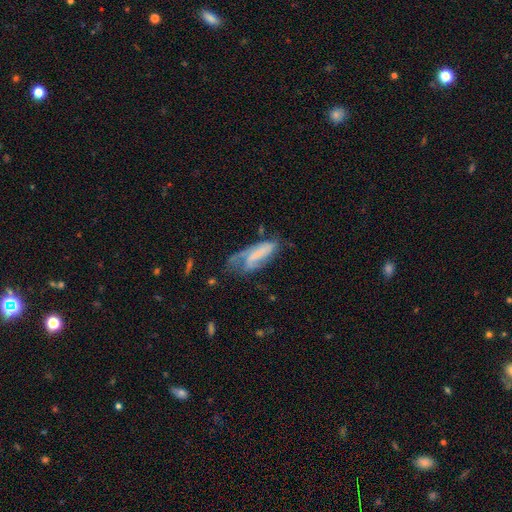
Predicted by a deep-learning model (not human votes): A featured or disk galaxy (55%). Merging: none (35%).